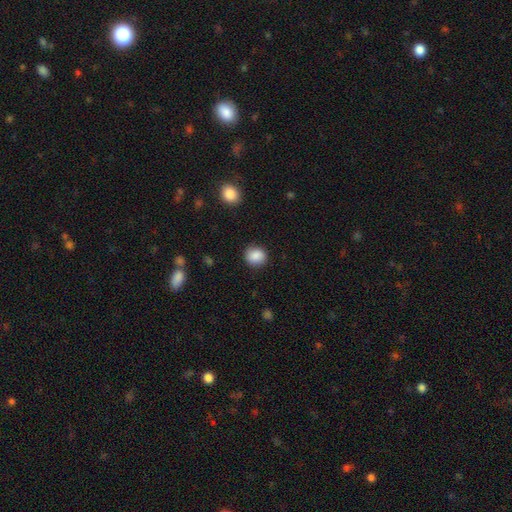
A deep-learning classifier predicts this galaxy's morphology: Smooth or featured? smooth (88%)
How rounded? round (80%)
Merging? none (89%)